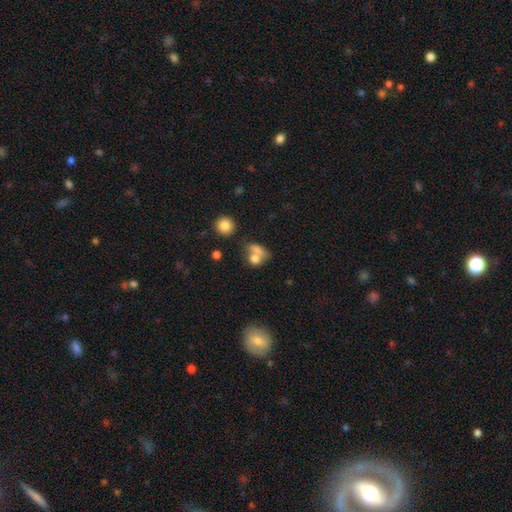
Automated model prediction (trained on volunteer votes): Smooth or featured? Predicted: smooth (p=0.73). How rounded? Predicted: in between (p=0.49). Merging? Predicted: merger (p=0.54).